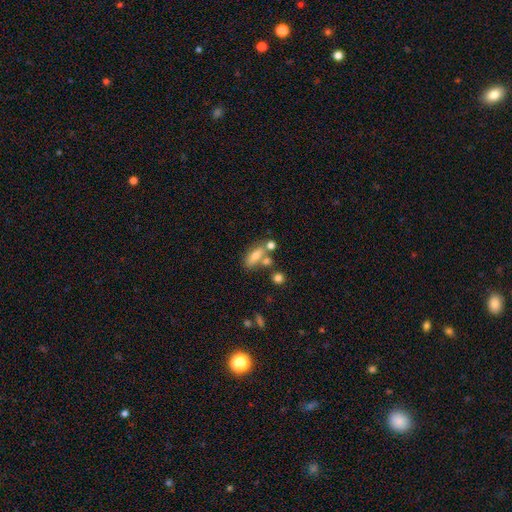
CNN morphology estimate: The model was most divided on "merging": none: 50%, merger: 28%, minor disturbance: 15%, major disturbance: 7%. More confident: how rounded — in between (64%); smooth or featured — smooth (64%).